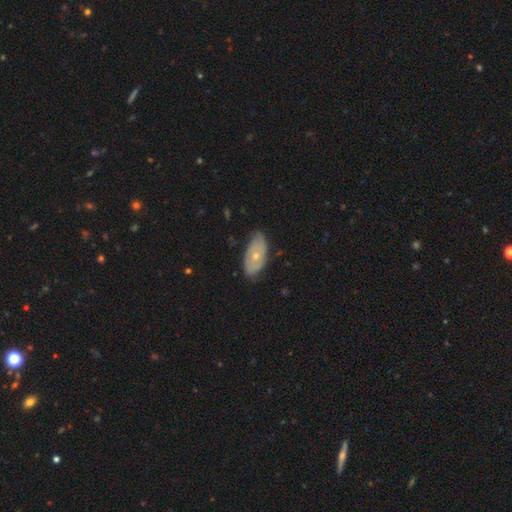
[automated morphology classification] This appears to be a featured or disk galaxy (49%). Merging: none (70%).